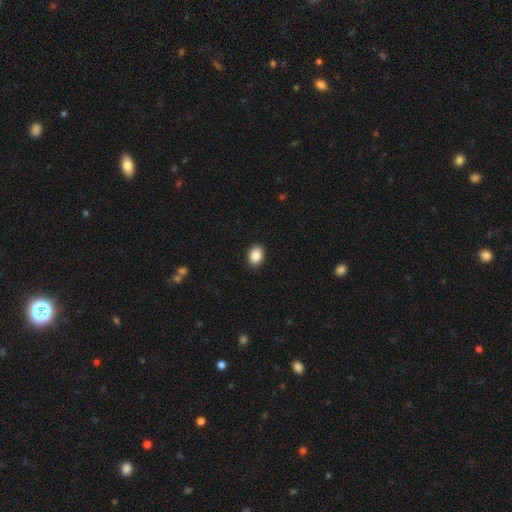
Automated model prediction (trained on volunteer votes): Smooth or featured?
  - smooth: 89% *
  - star or artifact: 8%
  - featured or disk: 3%
How rounded?
  - in between: 66% *
  - round: 33%
  - cigar-shaped: 1%
Merging?
  - none: 91% *
  - minor disturbance: 6%
  - major disturbance: 2%
  - merger: 1%